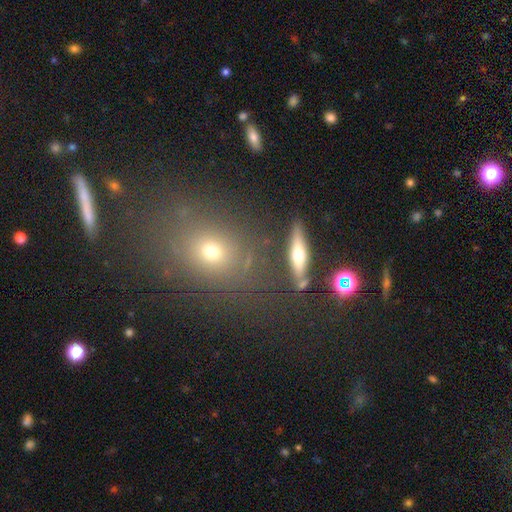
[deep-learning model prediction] Overall: smooth (52%; star or artifact 30%). How rounded: in between (49%; round 46%). Merging: none (77%).